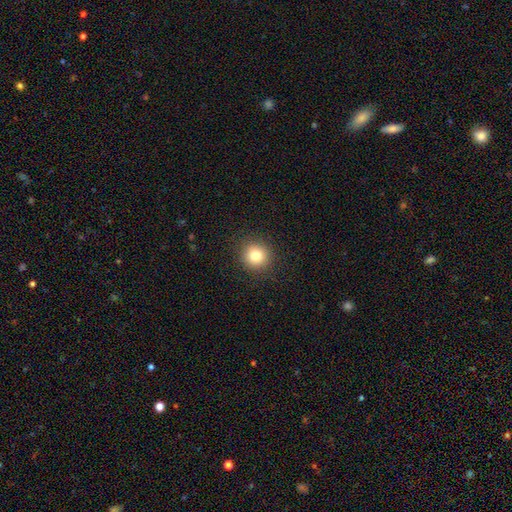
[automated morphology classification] Smooth or featured? smooth (81%)
How rounded? round (93%)
Merging? none (91%)